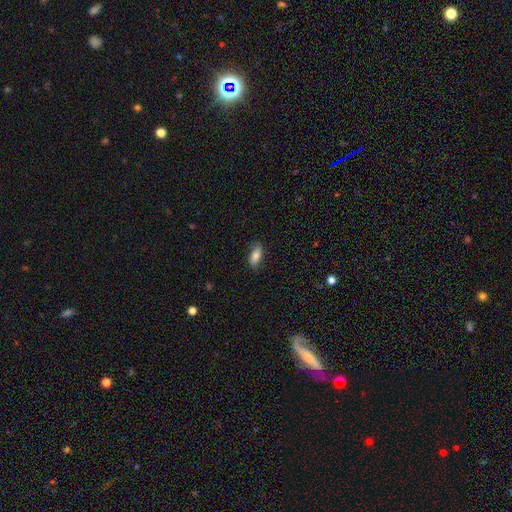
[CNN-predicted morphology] Q: Smooth or featured?
A: smooth (81%); runner-up: featured or disk (12%)
Q: How rounded?
A: in between (82%); runner-up: cigar-shaped (15%)
Q: Merging?
A: none (81%); runner-up: minor disturbance (15%)